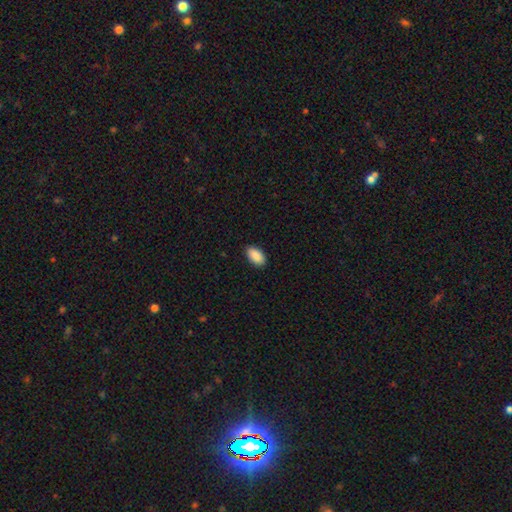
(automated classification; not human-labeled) smooth 90%, star or artifact 6%, featured or disk 3%. Down the decision tree: how rounded — in between (95%); merging — none (90%).